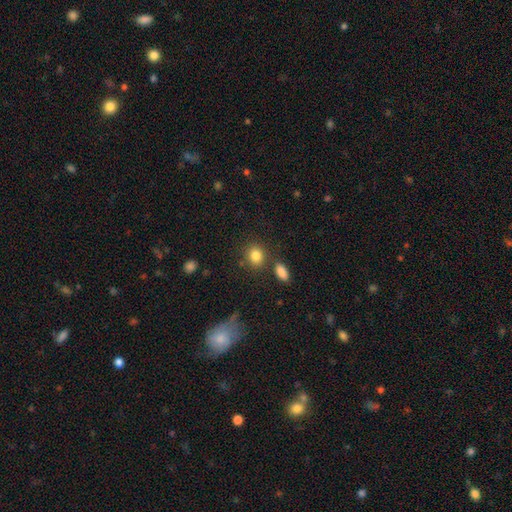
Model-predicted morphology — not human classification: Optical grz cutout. It shows a smooth galaxy with no disk features (85%) that is round (66%). Merging: none (77%).